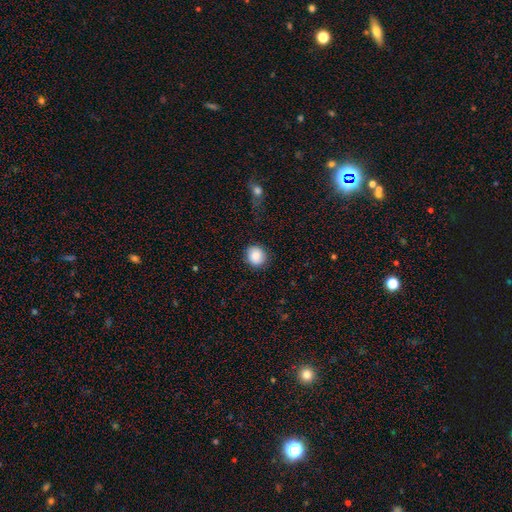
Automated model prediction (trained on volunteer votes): smooth-or-featured: smooth: 83% | featured or disk: 8% | star or artifact: 8%
  how-rounded: round: 87% | in between: 12% | cigar-shaped: 1%
  merging: none: 86% | minor disturbance: 10% | major disturbance: 3% | merger: 1%